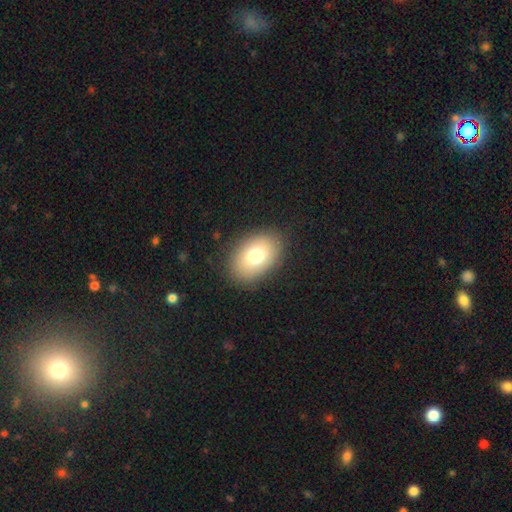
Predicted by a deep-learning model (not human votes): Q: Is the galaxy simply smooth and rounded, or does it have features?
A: smooth — 76%.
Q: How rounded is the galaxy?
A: in between — 82%.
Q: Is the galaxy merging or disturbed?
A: none — 86%.